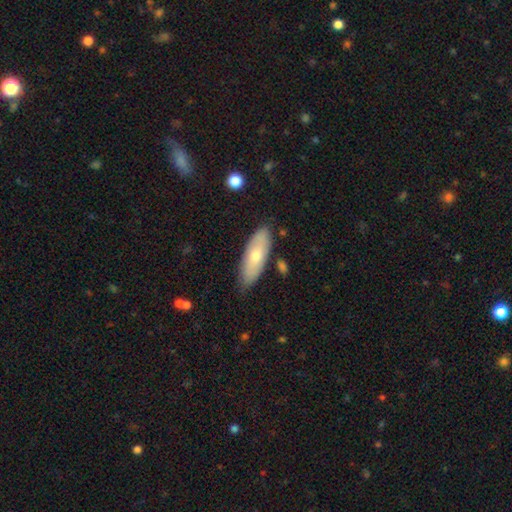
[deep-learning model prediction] smooth-or-featured: smooth: 66% | featured or disk: 28% | star or artifact: 6%
  how-rounded: in between: 68% | cigar-shaped: 30% | round: 2%
  merging: none: 79% | minor disturbance: 16% | major disturbance: 3% | merger: 3%